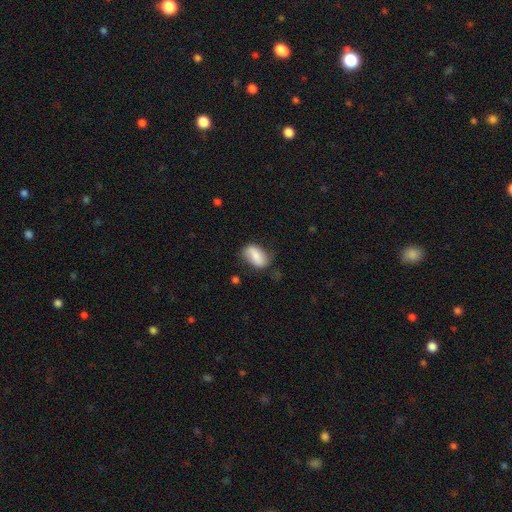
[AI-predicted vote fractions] smooth-or-featured: smooth: 69% | featured or disk: 24% | star or artifact: 7%
  how-rounded: in between: 89% | round: 8% | cigar-shaped: 3%
  merging: none: 63% | minor disturbance: 27% | major disturbance: 8% | merger: 2%